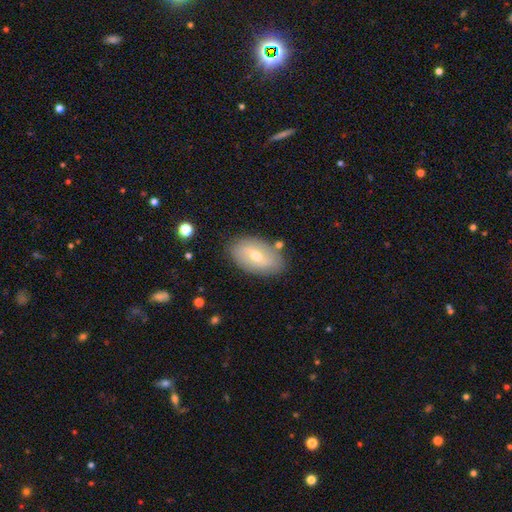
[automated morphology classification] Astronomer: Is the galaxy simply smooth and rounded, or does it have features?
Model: smooth — 46%, tied with featured or disk at 46%.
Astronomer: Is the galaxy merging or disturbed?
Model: none — 81%.